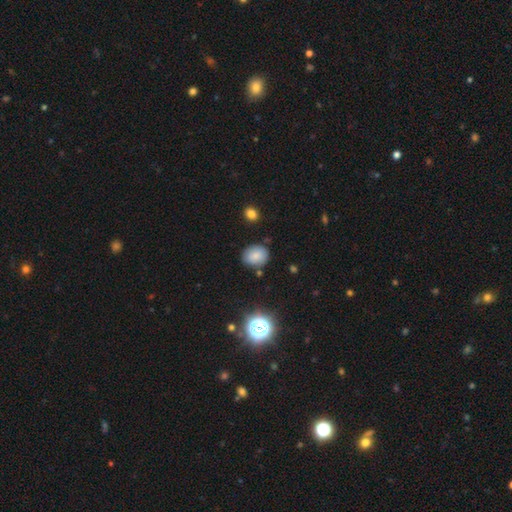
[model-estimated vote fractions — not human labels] Smooth or featured?
  - smooth: 81% *
  - star or artifact: 11%
  - featured or disk: 8%
How rounded?
  - in between: 52% *
  - round: 47%
  - cigar-shaped: 1%
Merging?
  - none: 79% *
  - minor disturbance: 15%
  - major disturbance: 3%
  - merger: 3%